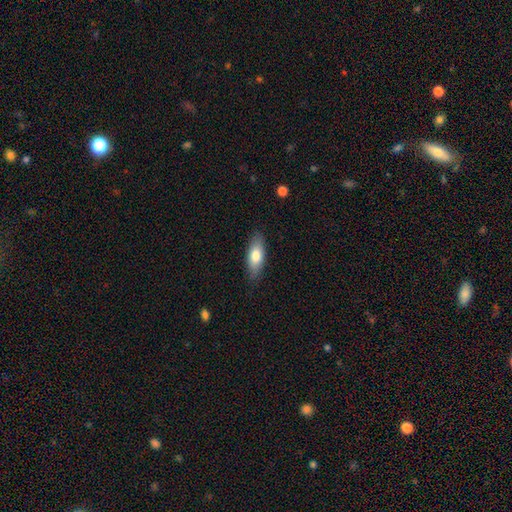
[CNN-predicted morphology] Smooth or featured? smooth (76%)
How rounded? in between (74%)
Merging? none (85%)